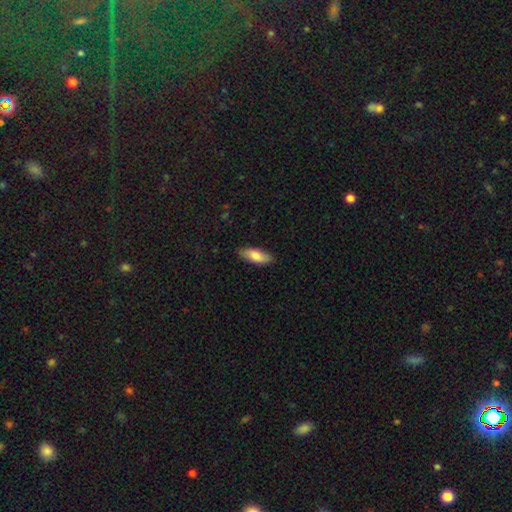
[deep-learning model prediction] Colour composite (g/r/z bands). It shows a smooth galaxy with no disk features (81%) that is in between round and cigar-shaped (75%). Merging: none (85%).